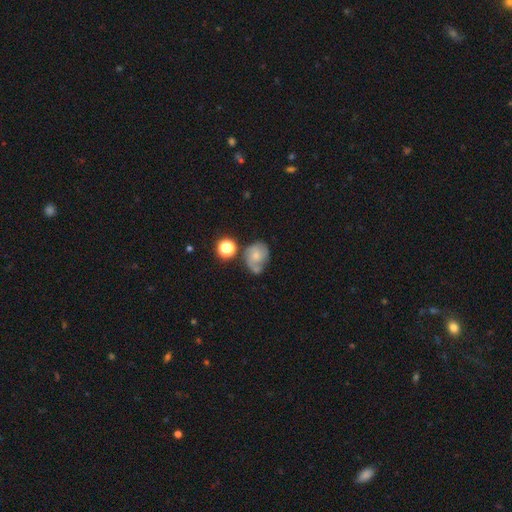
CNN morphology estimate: Q: Smooth or featured?
A: featured or disk (50%); runner-up: smooth (39%)
Q: Merging?
A: none (42%); runner-up: minor disturbance (26%)